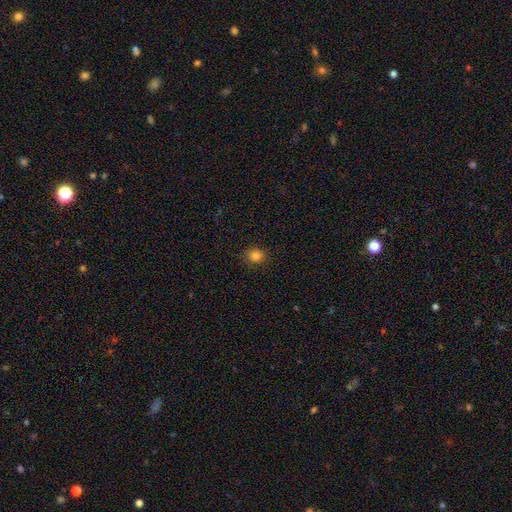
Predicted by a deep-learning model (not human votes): smooth-or-featured: smooth: 82% | star or artifact: 13% | featured or disk: 5%
  how-rounded: round: 77% | in between: 22% | cigar-shaped: 1%
  merging: none: 88% | minor disturbance: 9% | major disturbance: 2% | merger: 1%